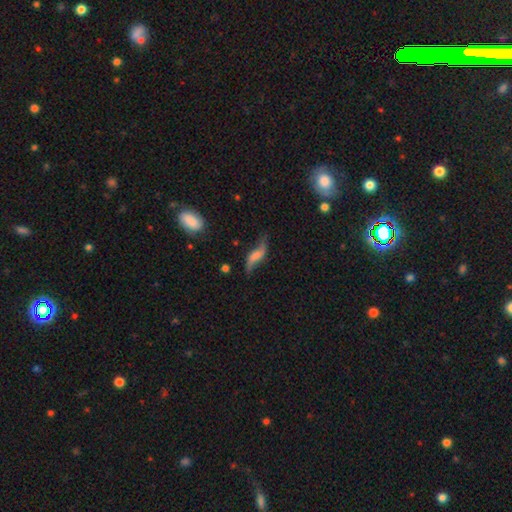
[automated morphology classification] Smooth or featured? featured or disk (65%)
Edge-on disk? no (81%)
Bar? no (47%)
Spiral arms? yes (89%)
Bulge size? none (44%)
Merging? none (59%)